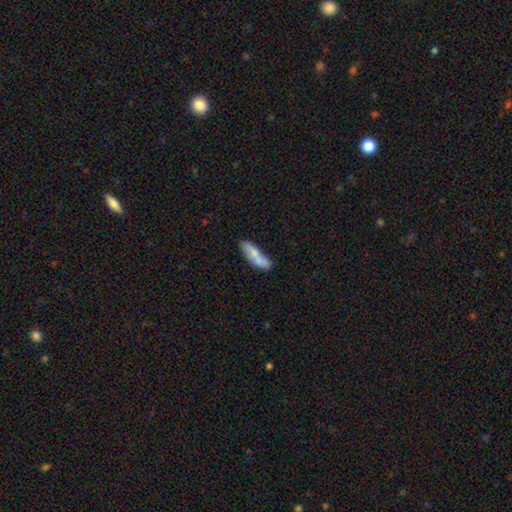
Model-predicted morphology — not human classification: Overall: smooth (67%). How rounded: cigar-shaped (57%; in between 41%). Merging: none (58%; minor disturbance 21%).